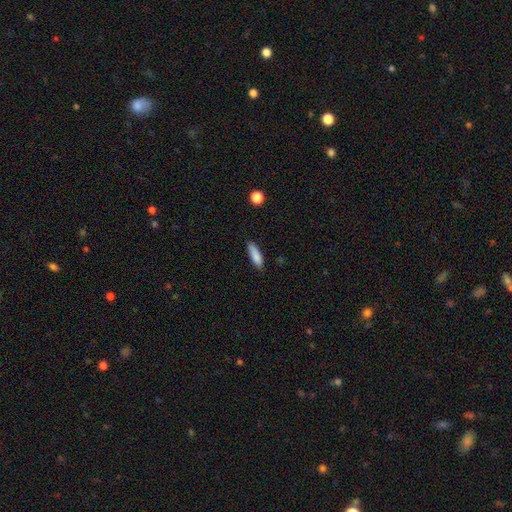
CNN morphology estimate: The model was most divided on "how rounded": cigar-shaped: 62%, in between: 37%, round: 2%. More confident: smooth or featured — smooth (86%); merging — none (83%).